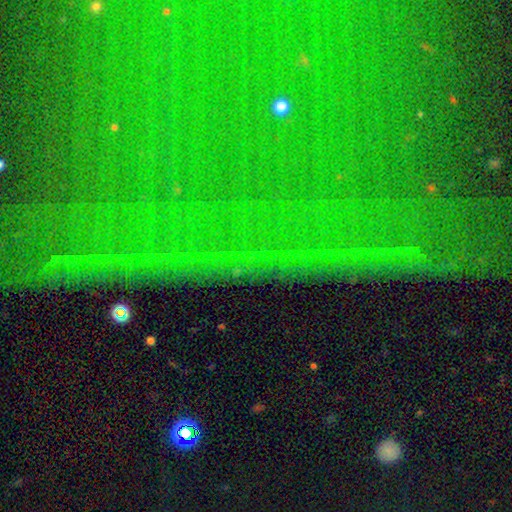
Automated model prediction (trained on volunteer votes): Morphology: type=star or artifact (83%).